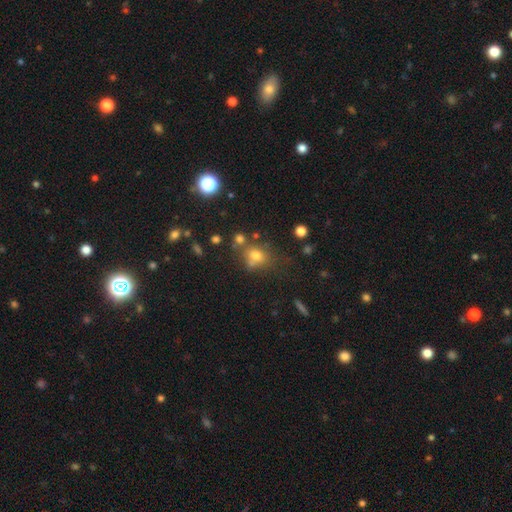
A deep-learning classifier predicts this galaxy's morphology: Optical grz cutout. It shows a smooth galaxy with no disk features (69%) that is round (66%). Merging: none (57%).